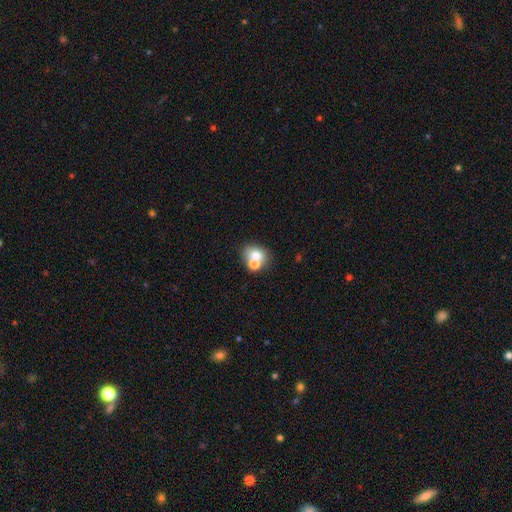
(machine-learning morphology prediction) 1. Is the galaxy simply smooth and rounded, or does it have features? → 68% smooth, 21% featured or disk, 11% star or artifact.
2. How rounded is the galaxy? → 54% round, 45% in between, 1% cigar-shaped.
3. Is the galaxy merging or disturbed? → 48% merger, 39% none, 9% minor disturbance, 4% major disturbance.